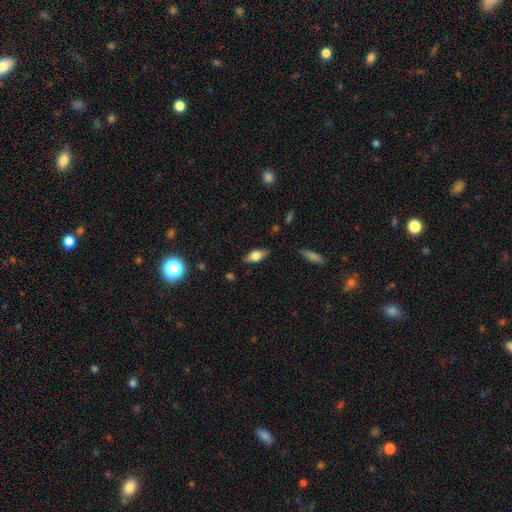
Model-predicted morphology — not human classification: The model was most divided on "smooth or featured": smooth: 61%, featured or disk: 30%, star or artifact: 8%. More confident: merging — none (84%); how rounded — in between (80%).